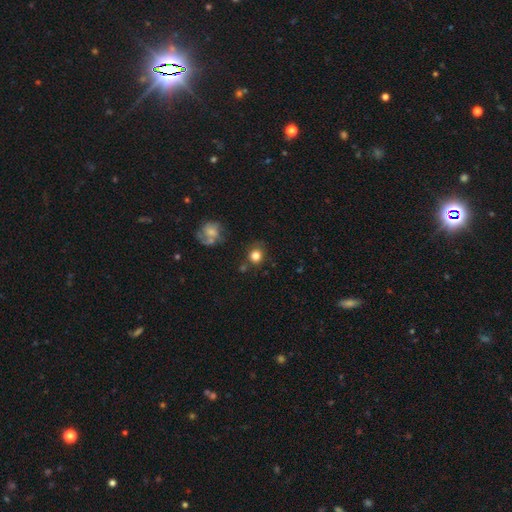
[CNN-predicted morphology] A smooth galaxy with no disk features (81%) that is round (83%).

Vote fractions:
- Smooth or featured? smooth: 81% / star or artifact: 11% / featured or disk: 8%
- How rounded? round: 83% / in between: 16% / cigar-shaped: 1%
- Merging? none: 75% / minor disturbance: 14% / merger: 6% / major disturbance: 5%